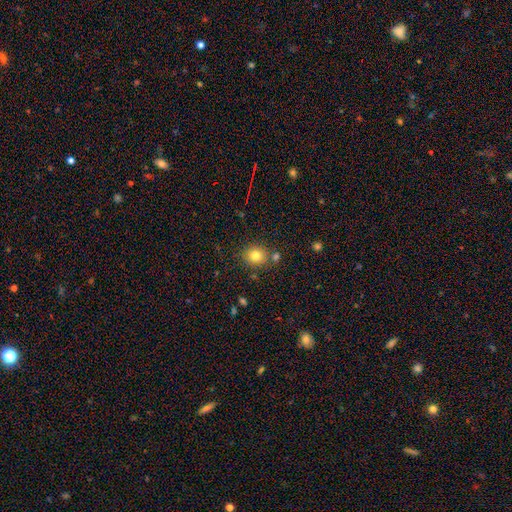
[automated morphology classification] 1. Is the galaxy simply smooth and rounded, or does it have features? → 80% smooth, 12% star or artifact, 8% featured or disk.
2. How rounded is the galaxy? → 79% round, 20% in between, 1% cigar-shaped.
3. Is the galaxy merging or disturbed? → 79% none, 9% merger, 9% minor disturbance, 3% major disturbance.